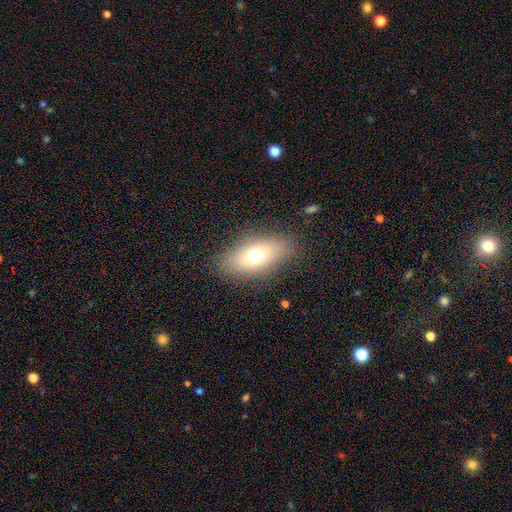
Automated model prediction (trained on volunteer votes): Overall: smooth (67%). How rounded: in between (84%). Merging: none (83%).